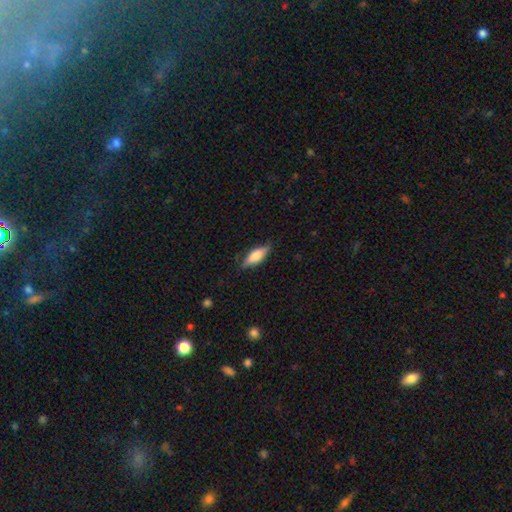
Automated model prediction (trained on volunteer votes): A smooth galaxy with no disk features (70%) that is in between round and cigar-shaped (63%). Merging: none (78%).